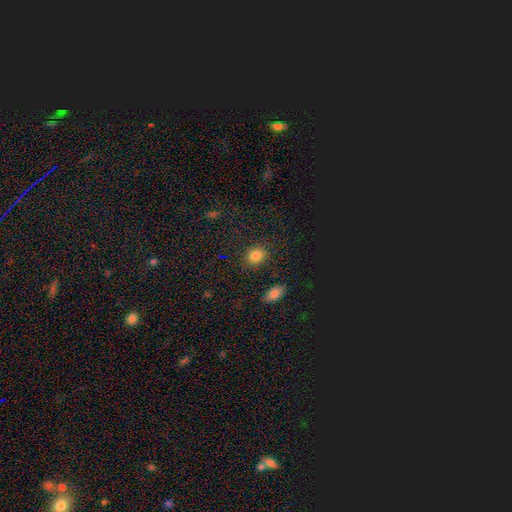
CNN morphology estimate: Q: Smooth or featured?
A: smooth (83%); runner-up: star or artifact (12%)
Q: How rounded?
A: round (65%); runner-up: in between (34%)
Q: Merging?
A: none (87%); runner-up: minor disturbance (8%)